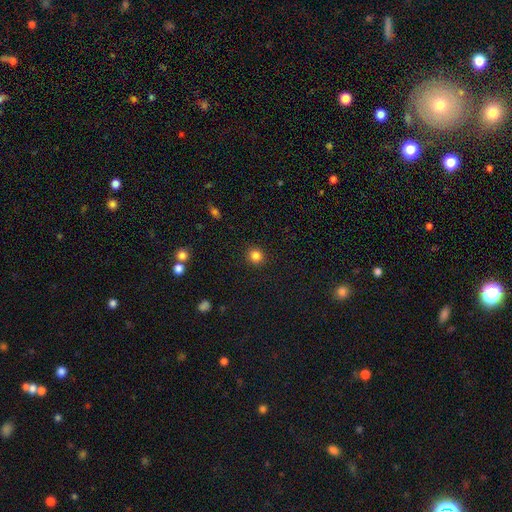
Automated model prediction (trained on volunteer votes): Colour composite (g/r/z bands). It shows a smooth galaxy with no disk features (83%) that is round (91%). Merging: none (92%).